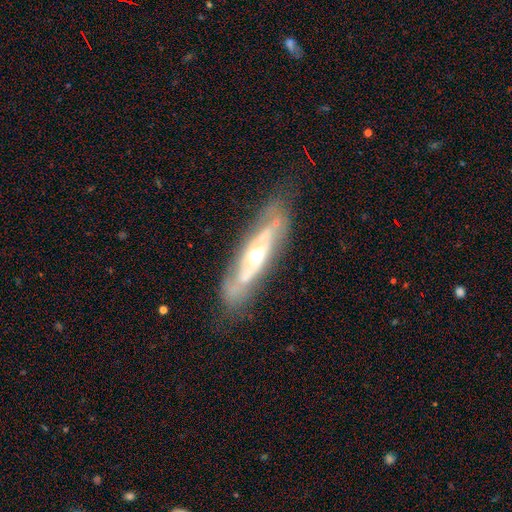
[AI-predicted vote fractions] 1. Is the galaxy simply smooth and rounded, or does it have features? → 71% featured or disk, 23% smooth, 6% star or artifact.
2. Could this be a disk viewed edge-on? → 65% no, 35% yes.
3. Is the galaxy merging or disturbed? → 69% none, 19% minor disturbance, 9% major disturbance, 4% merger.